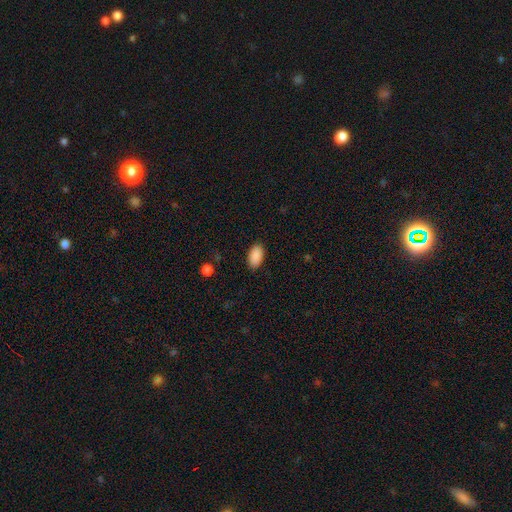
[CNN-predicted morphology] The model was most divided on "merging": none: 88%, minor disturbance: 9%, major disturbance: 2%, merger: 1%. More confident: how rounded — in between (94%); smooth or featured — smooth (90%).